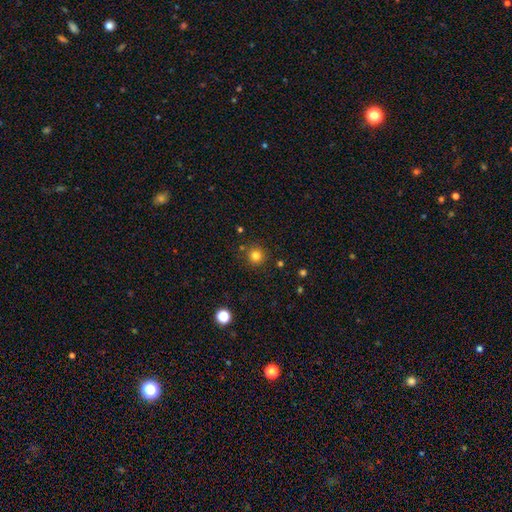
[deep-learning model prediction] This appears to be a smooth galaxy with no disk features (80%) that is round (95%). Merging: none (86%).